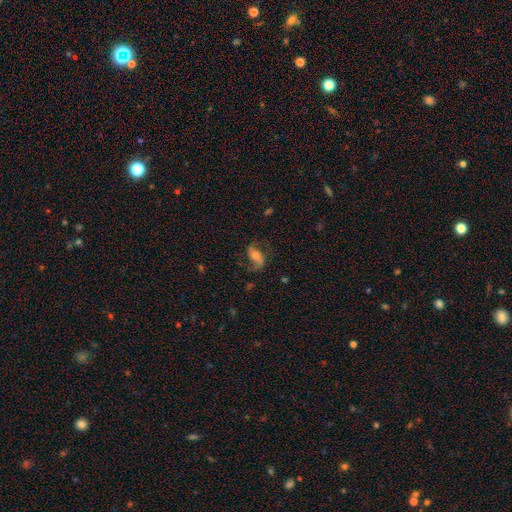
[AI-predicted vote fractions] A featured or disk galaxy (67%) with no bar (37%), 2 (86%) loose (56%) spiral arms (89%) and a moderate central bulge (58%). Merging: none (68%).